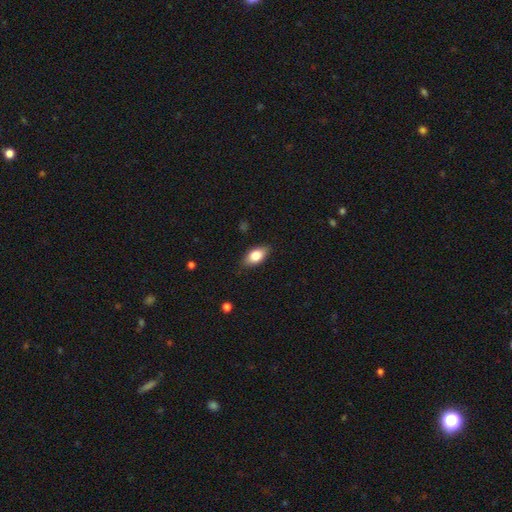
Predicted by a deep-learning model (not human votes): This is likely a smooth galaxy (78%). How rounded: clearly in between (87%). Merging: clearly none (83%).